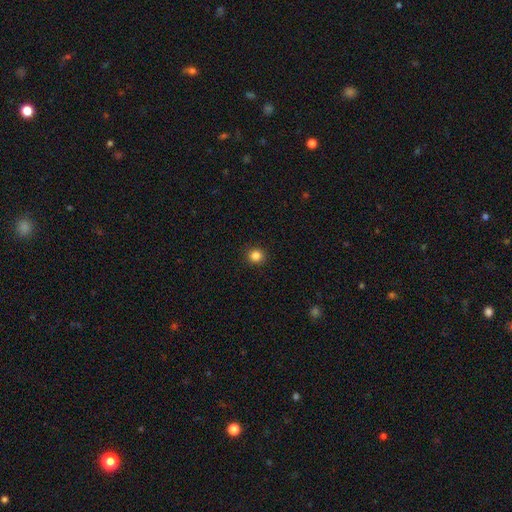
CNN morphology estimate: Smooth or featured? smooth (85%)
How rounded? round (92%)
Merging? none (92%)